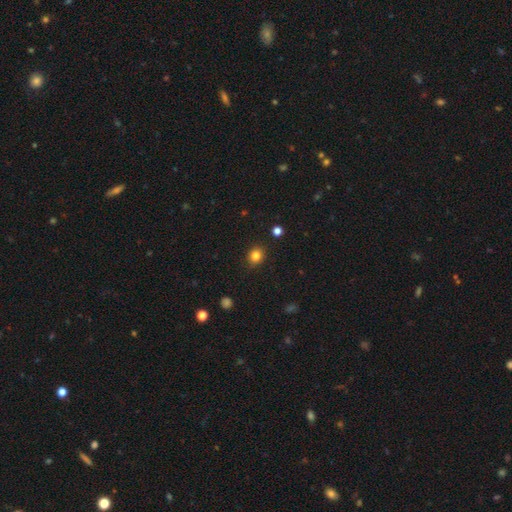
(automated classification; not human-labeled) Q: Smooth or featured?
A: smooth (83%); runner-up: star or artifact (12%)
Q: How rounded?
A: round (70%); runner-up: in between (29%)
Q: Merging?
A: none (89%); runner-up: minor disturbance (7%)